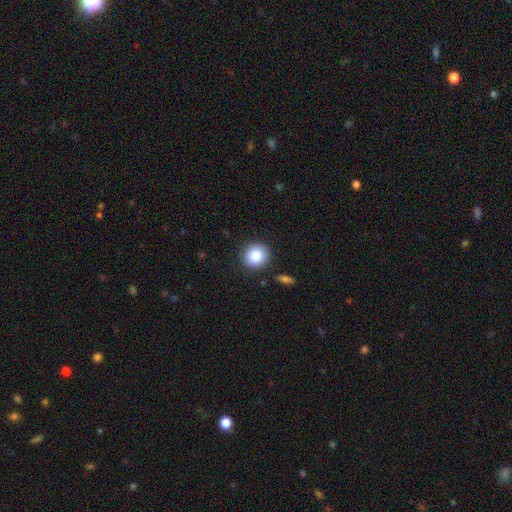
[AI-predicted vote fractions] This is clearly a smooth galaxy (84%). How rounded: clearly round (88%). Merging: clearly none (87%).